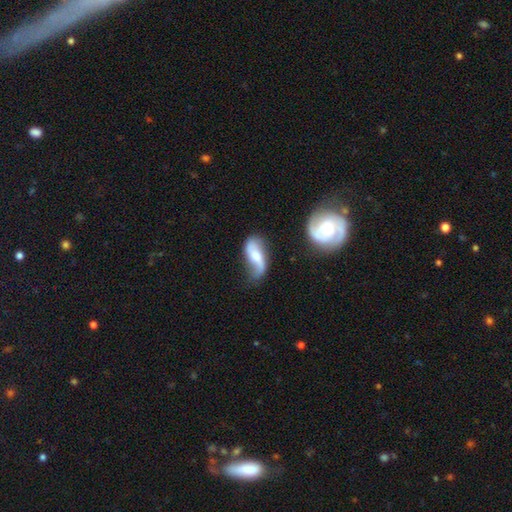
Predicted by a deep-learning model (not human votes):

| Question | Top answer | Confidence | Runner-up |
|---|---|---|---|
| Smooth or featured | featured or disk | 61% | smooth (32%) |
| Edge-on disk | no | 91% | yes (9%) |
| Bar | no | 44% | weak (36%) |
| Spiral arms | yes | 88% | no (12%) |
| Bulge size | moderate | 54% | small (31%) |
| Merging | none | 49% | minor disturbance (31%) |